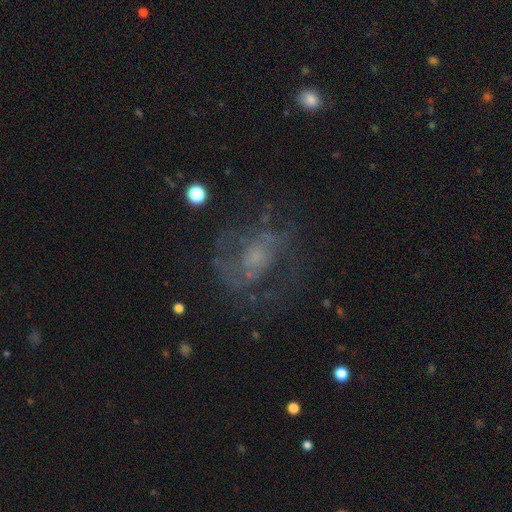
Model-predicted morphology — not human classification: featured or disk 65%, smooth 20%, star or artifact 15%. Down the decision tree: edge-on disk — no (97%); bar — no (70%); spiral arms — yes (65%); bulge size — small (44%); merging — none (56%).